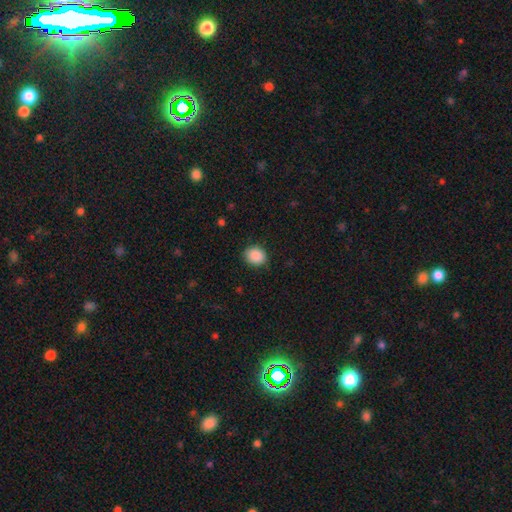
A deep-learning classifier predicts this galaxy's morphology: Smooth or featured? Predicted: smooth (p=0.89). How rounded? Predicted: round (p=0.67). Merging? Predicted: none (p=0.87).